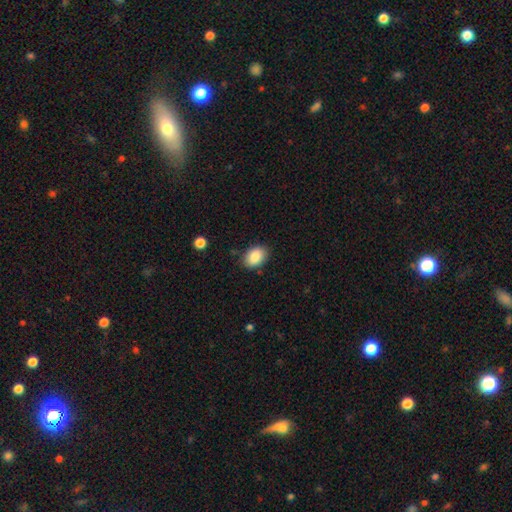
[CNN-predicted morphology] Smooth or featured? smooth (87%)
How rounded? in between (80%)
Merging? none (82%)